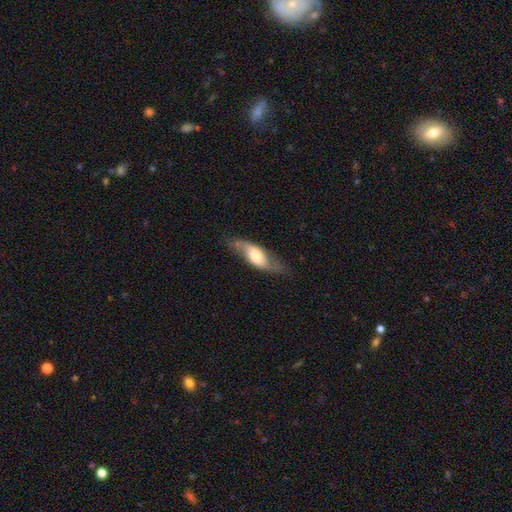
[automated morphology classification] A featured or disk galaxy (53%).

Vote fractions:
- Smooth or featured? featured or disk: 53% / smooth: 41% / star or artifact: 6%
- Edge-on disk? no: 74% / yes: 26%
- Merging? none: 64% / minor disturbance: 24% / major disturbance: 10% / merger: 2%